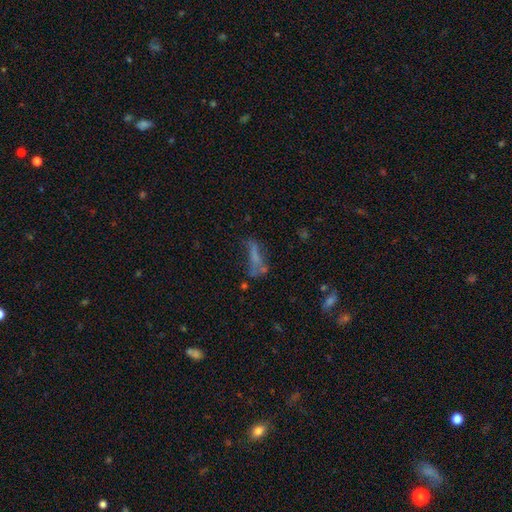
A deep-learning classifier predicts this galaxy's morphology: type=smooth (37%); merging=none (44%).